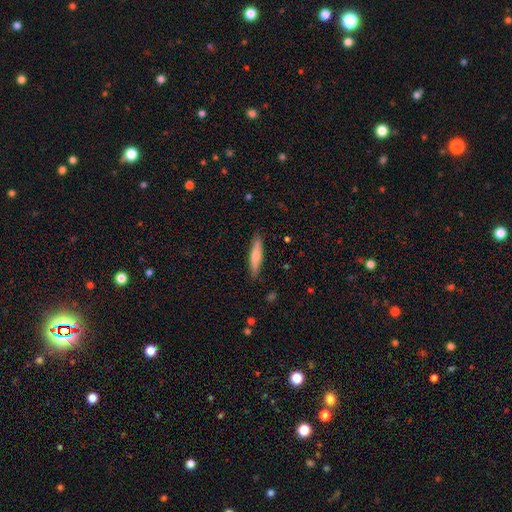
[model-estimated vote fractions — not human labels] Overall: smooth (70%). How rounded: cigar-shaped (84%). Merging: none (87%).